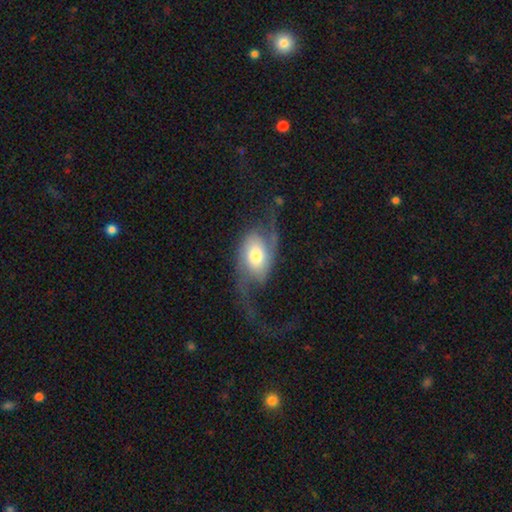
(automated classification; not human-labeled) Morphology: type=featured or disk (64%); edge-on=no (90%); bar=no (70%); spiral arms=yes (81%); bulge=moderate (56%); merging=none (41%).